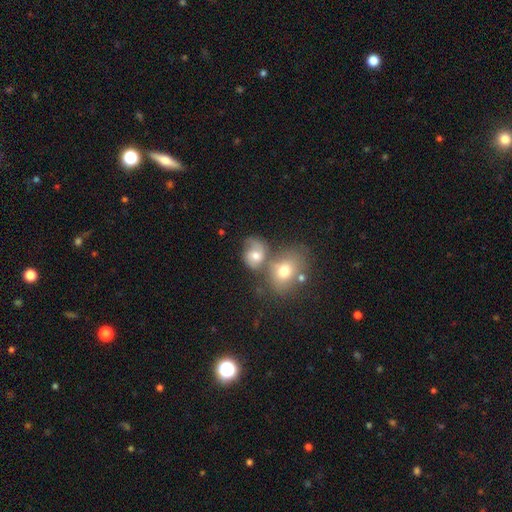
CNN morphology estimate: This is possibly a smooth galaxy (52%). How rounded: possibly round (50%). Merging: marginally merger (42%).